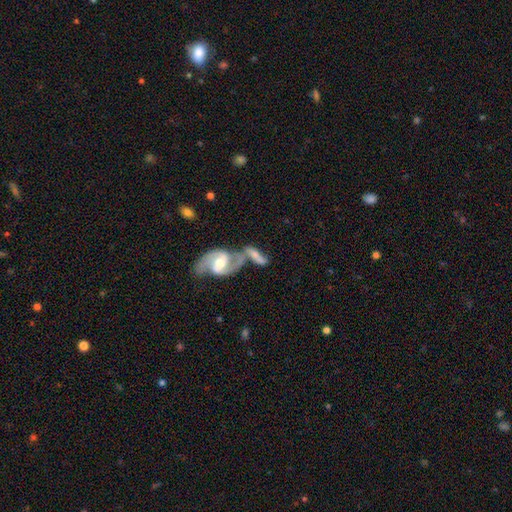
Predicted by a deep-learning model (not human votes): This appears to be a featured or disk galaxy (66%) with a weak bar (43%), spiral arms (83%) and a moderate central bulge (53%). Merging: merger (58%).